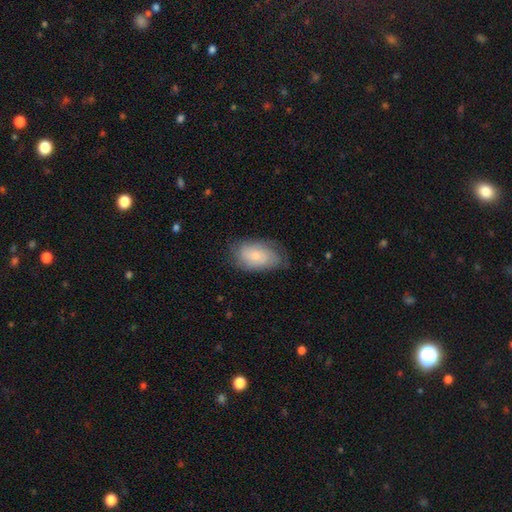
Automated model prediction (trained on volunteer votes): Overall: smooth (57%; featured or disk 36%). How rounded: in between (92%). Merging: none (68%).